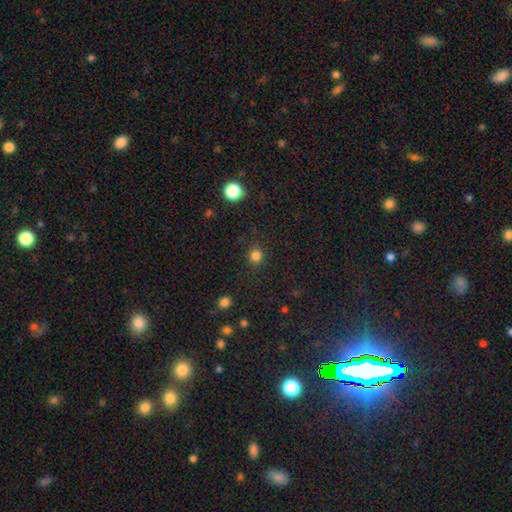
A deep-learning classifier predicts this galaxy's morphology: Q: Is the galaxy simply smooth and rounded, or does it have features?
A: smooth — 83%.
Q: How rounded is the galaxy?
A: round — 90%.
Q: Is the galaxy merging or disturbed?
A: none — 88%.